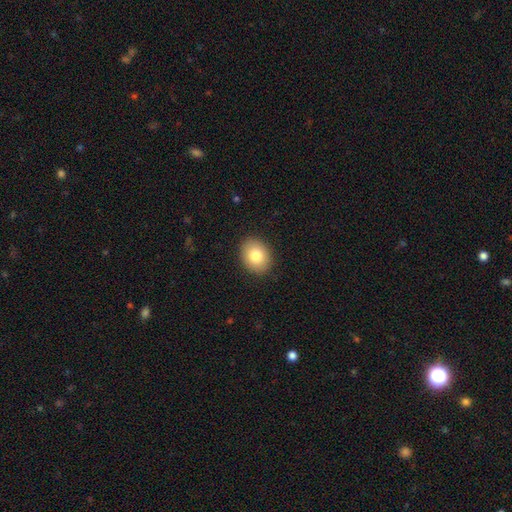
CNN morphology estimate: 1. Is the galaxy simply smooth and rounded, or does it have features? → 82% smooth, 10% featured or disk, 8% star or artifact.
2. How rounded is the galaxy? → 52% in between, 47% round, 1% cigar-shaped.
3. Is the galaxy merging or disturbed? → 90% none, 7% minor disturbance, 2% major disturbance, 1% merger.